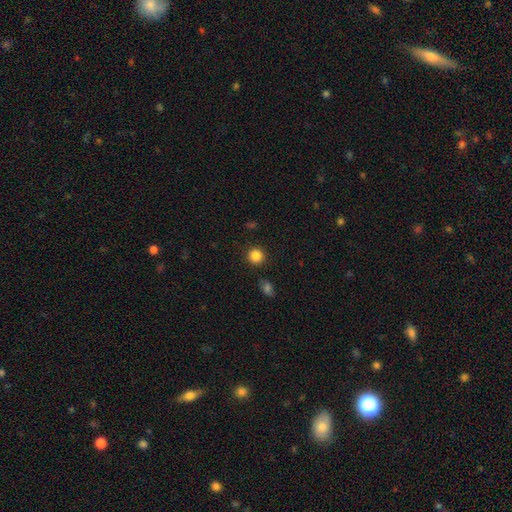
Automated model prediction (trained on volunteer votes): This appears to be a smooth galaxy with no disk features (85%) that is round (93%). Merging: none (90%).